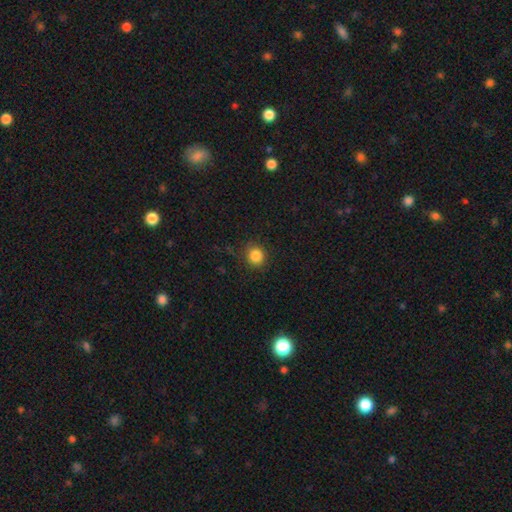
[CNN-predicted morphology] A smooth galaxy with no disk features (85%) that is round (86%).

Vote fractions:
- Smooth or featured? smooth: 85% / star or artifact: 11% / featured or disk: 4%
- How rounded? round: 86% / in between: 13% / cigar-shaped: 1%
- Merging? none: 88% / minor disturbance: 9% / major disturbance: 3% / merger: 1%